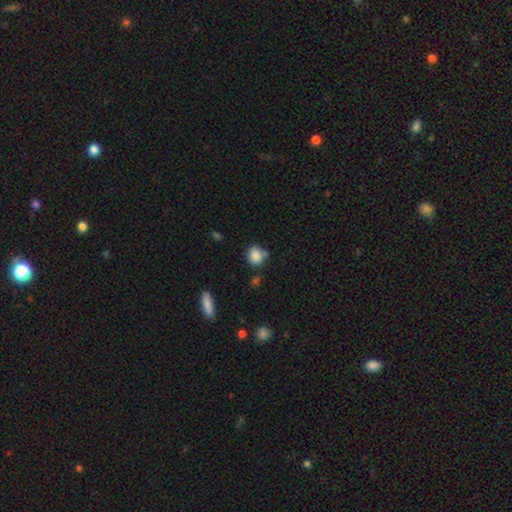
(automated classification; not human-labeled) smooth-or-featured: smooth: 86% | star or artifact: 9% | featured or disk: 5%
  how-rounded: round: 74% | in between: 24% | cigar-shaped: 1%
  merging: none: 65% | minor disturbance: 17% | merger: 14% | major disturbance: 4%